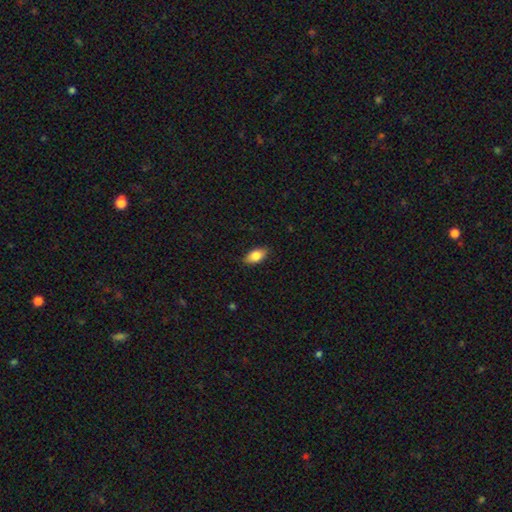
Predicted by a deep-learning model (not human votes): A smooth galaxy with no disk features (82%) that is in between round and cigar-shaped (91%). Merging: none (87%).